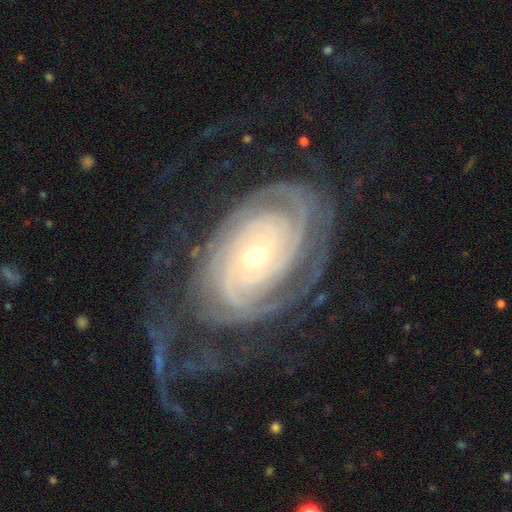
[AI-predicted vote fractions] Smooth or featured? featured or disk (89%)
Edge-on disk? no (96%)
Bar? no (69%)
Spiral arms? yes (97%)
Spiral winding? tight (80%)
Spiral arm count? can't tell (31%)
Bulge size? small (70%)
Merging? none (55%)